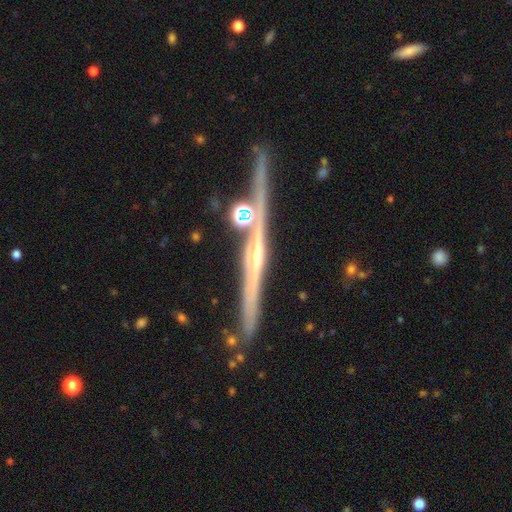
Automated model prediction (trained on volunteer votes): This is clearly a featured or disk galaxy (82%). It is clearly viewed edge-on (97%). Edge-on bulge: likely rounded (65%). Merging: likely none (79%).